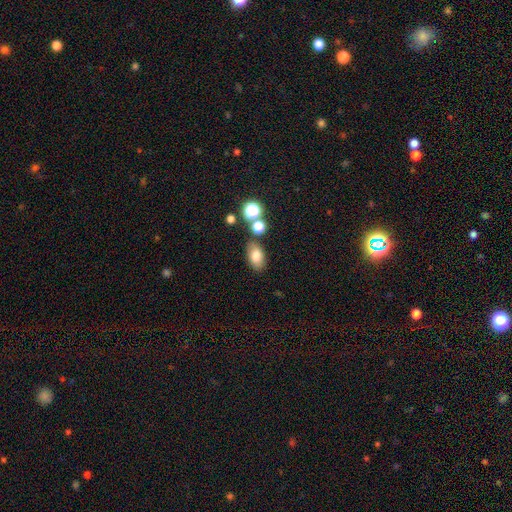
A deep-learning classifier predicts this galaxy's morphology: A smooth galaxy with no disk features (77%) that is in between round and cigar-shaped (87%).

Vote fractions:
- Smooth or featured? smooth: 77% / featured or disk: 13% / star or artifact: 10%
- How rounded? in between: 87% / round: 11% / cigar-shaped: 2%
- Merging? none: 77% / minor disturbance: 12% / merger: 8% / major disturbance: 3%